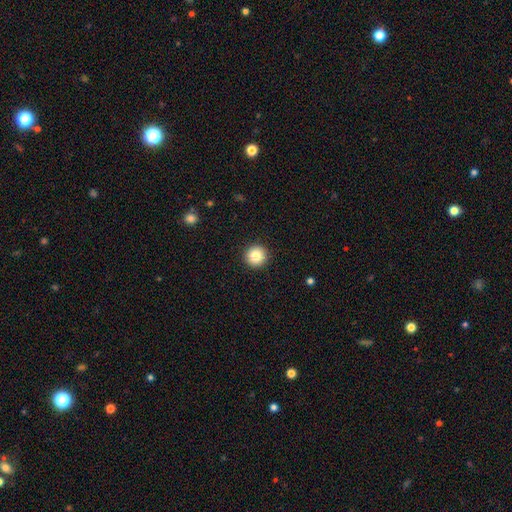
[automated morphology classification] Smooth or featured? Predicted: smooth (p=0.83). How rounded? Predicted: round (p=0.96). Merging? Predicted: none (p=0.93).